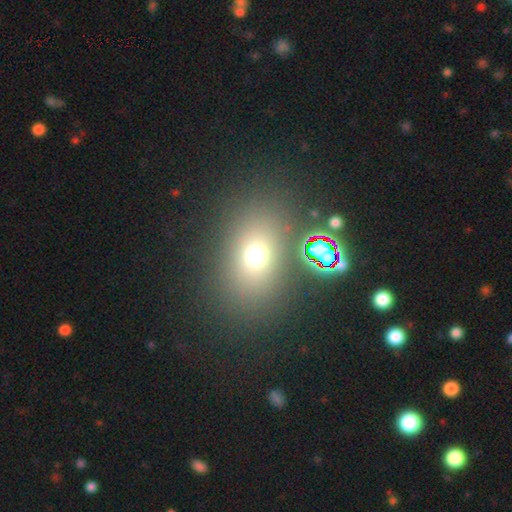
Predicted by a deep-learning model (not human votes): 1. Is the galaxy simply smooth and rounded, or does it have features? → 67% smooth, 21% star or artifact, 12% featured or disk.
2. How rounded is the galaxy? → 63% in between, 35% round, 2% cigar-shaped.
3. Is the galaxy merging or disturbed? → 80% none, 10% minor disturbance, 5% merger, 5% major disturbance.